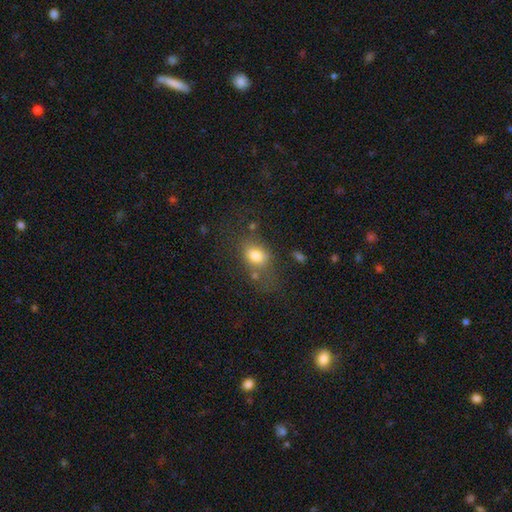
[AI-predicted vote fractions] The model was most divided on "merging": none: 53%, minor disturbance: 22%, major disturbance: 16%, merger: 8%. More confident: smooth or featured — smooth (78%); how rounded — in between (65%).